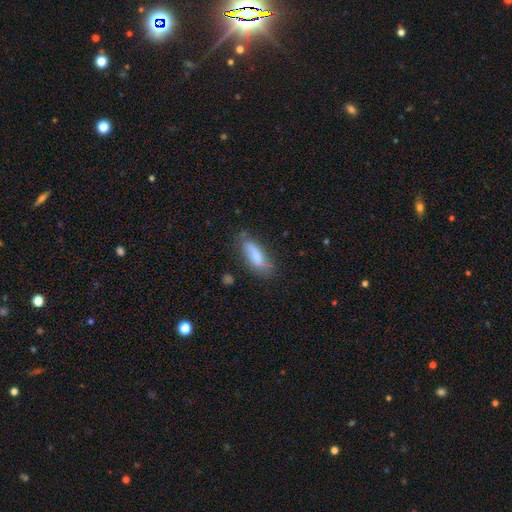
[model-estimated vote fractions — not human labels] Q: Smooth or featured?
A: smooth (71%); runner-up: featured or disk (22%)
Q: How rounded?
A: in between (63%); runner-up: cigar-shaped (35%)
Q: Merging?
A: none (59%); runner-up: minor disturbance (29%)